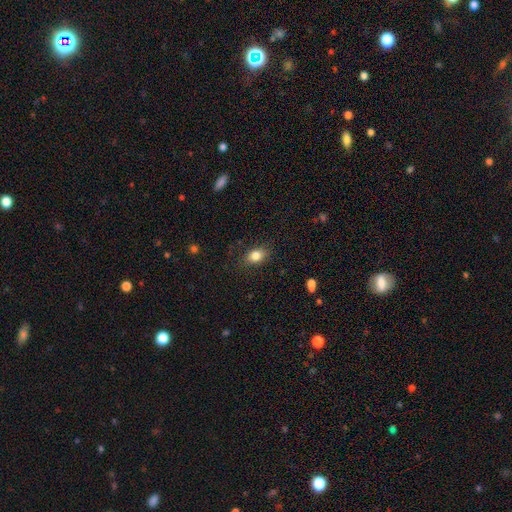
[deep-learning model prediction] smooth-or-featured: smooth: 83% | star or artifact: 9% | featured or disk: 8%
  how-rounded: in between: 75% | round: 22% | cigar-shaped: 2%
  merging: none: 82% | minor disturbance: 13% | major disturbance: 3% | merger: 1%